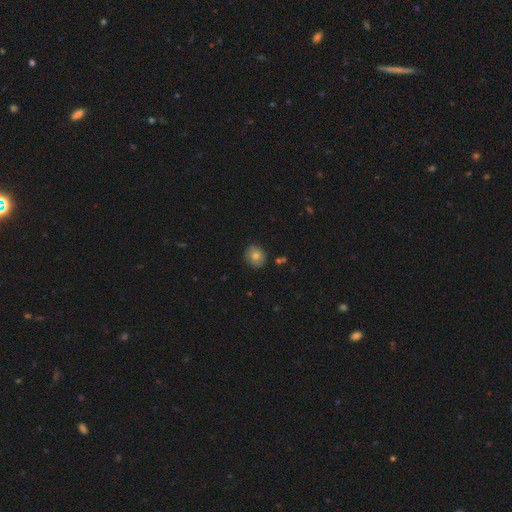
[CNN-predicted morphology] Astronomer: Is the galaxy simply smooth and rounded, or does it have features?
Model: smooth — 74%.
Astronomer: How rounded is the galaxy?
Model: round — 80%.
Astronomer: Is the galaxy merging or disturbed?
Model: none — 85%.